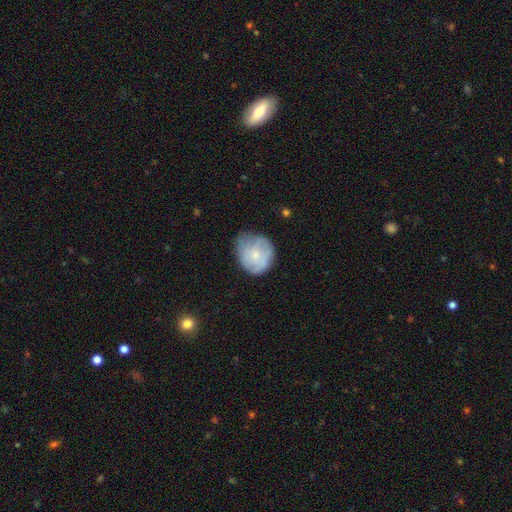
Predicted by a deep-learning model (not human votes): Smooth or featured? smooth (54%)
How rounded? round (74%)
Merging? none (49%)